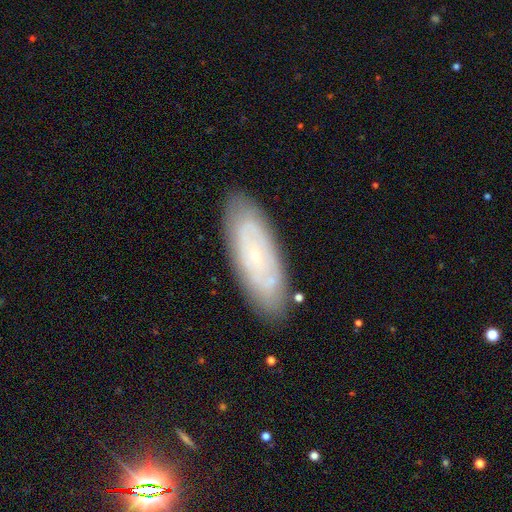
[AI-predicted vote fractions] Q: Smooth or featured?
A: featured or disk (61%); runner-up: smooth (31%)
Q: Edge-on disk?
A: no (86%); runner-up: yes (14%)
Q: Bar?
A: no (81%); runner-up: weak (15%)
Q: Spiral arms?
A: yes (70%); runner-up: no (30%)
Q: Bulge size?
A: small (86%); runner-up: moderate (9%)
Q: Merging?
A: none (83%); runner-up: minor disturbance (12%)